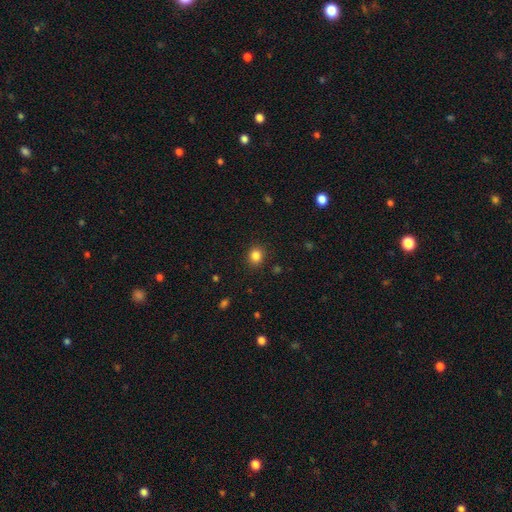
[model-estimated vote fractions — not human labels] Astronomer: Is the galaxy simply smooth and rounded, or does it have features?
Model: smooth — 84%.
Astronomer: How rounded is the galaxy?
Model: round — 74%.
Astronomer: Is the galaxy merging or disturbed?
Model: none — 90%.